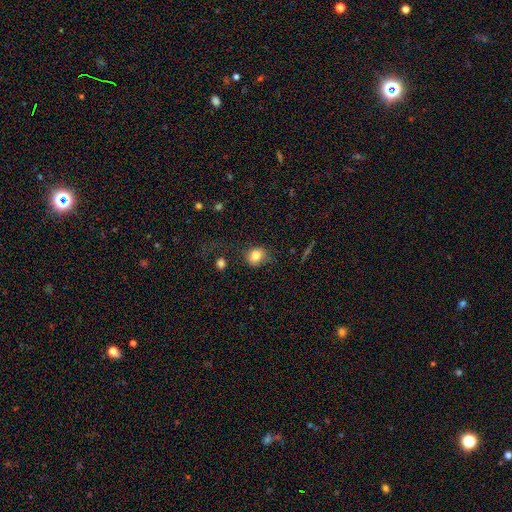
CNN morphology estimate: type=smooth (82%); roundness=round (64%); merging=none (66%).